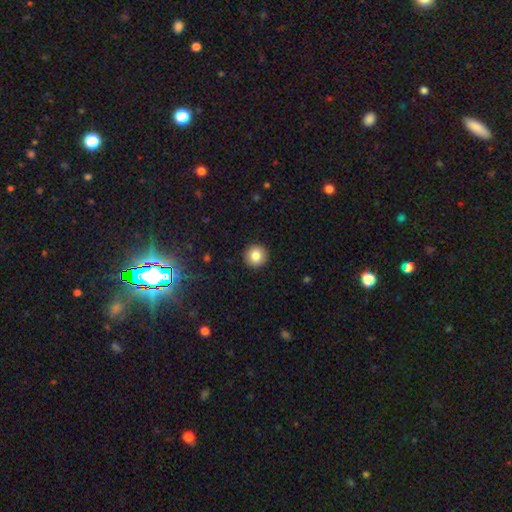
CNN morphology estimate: Q: Smooth or featured?
A: smooth (83%); runner-up: star or artifact (10%)
Q: How rounded?
A: round (94%); runner-up: in between (5%)
Q: Merging?
A: none (93%); runner-up: minor disturbance (5%)